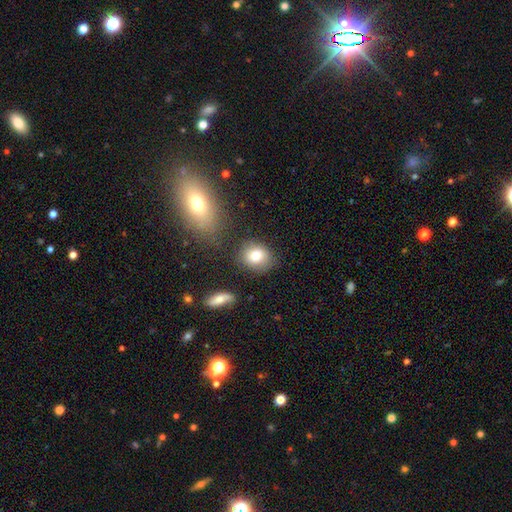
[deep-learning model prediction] This is likely a smooth galaxy (78%). How rounded: likely round (71%). Merging: likely none (80%).